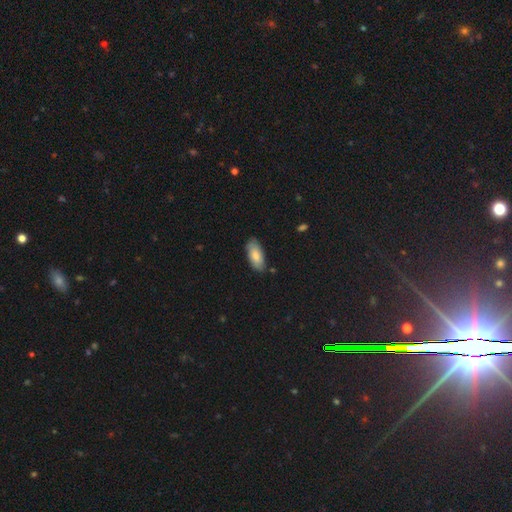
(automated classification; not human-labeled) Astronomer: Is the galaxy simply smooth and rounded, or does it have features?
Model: smooth — 77%.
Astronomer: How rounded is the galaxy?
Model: in between — 87%.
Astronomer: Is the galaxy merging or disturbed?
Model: none — 78%.